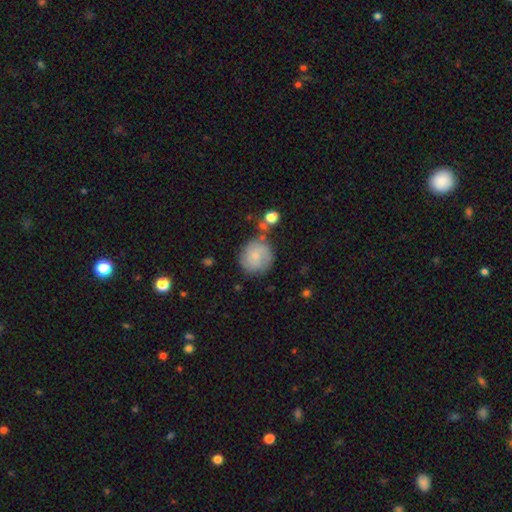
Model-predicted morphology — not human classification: smooth 64%, featured or disk 28%, star or artifact 8%. Down the decision tree: how rounded — round (88%); merging — none (67%).